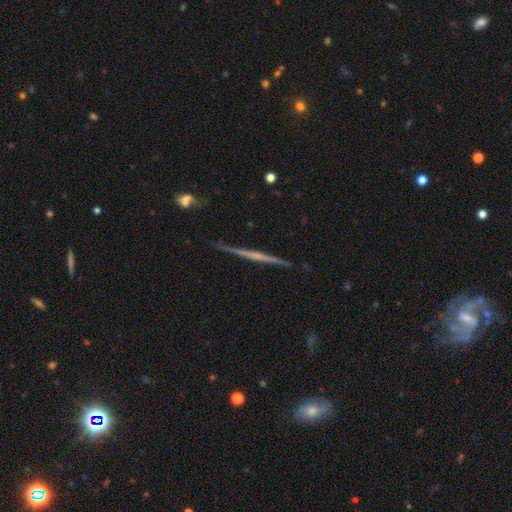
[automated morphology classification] smooth_or_featured: featured or disk (p=0.73) [alt: smooth p=0.21]
disk_edge_on: yes (p=0.98) [alt: no p=0.02]
edge_on_bulge: none (p=0.61) [alt: rounded p=0.27]
merging: none (p=0.86) [alt: minor disturbance p=0.10]